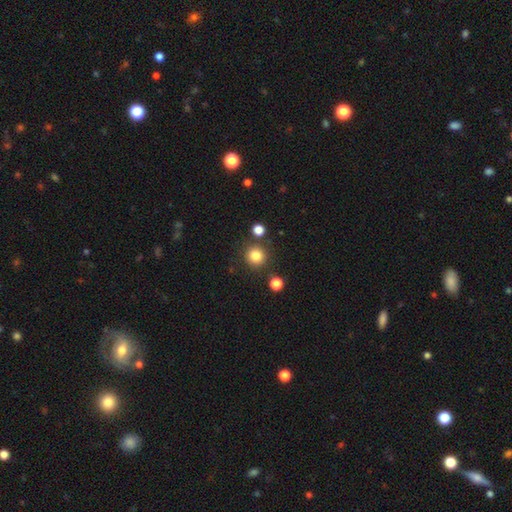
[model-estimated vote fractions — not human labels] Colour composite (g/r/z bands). It shows a smooth galaxy with no disk features (83%) that is round (93%). Merging: none (85%).